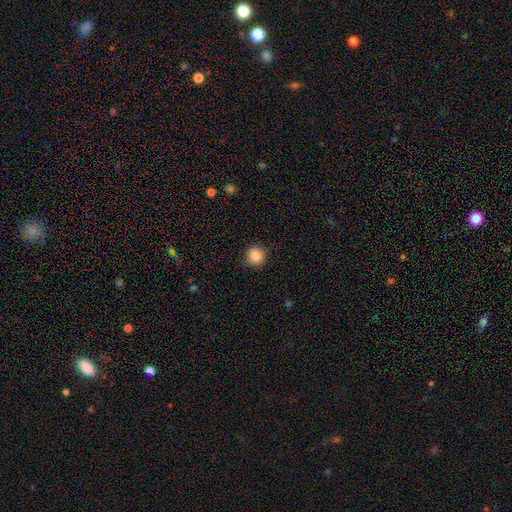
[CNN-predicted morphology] type=smooth (87%); roundness=round (91%); merging=none (86%).